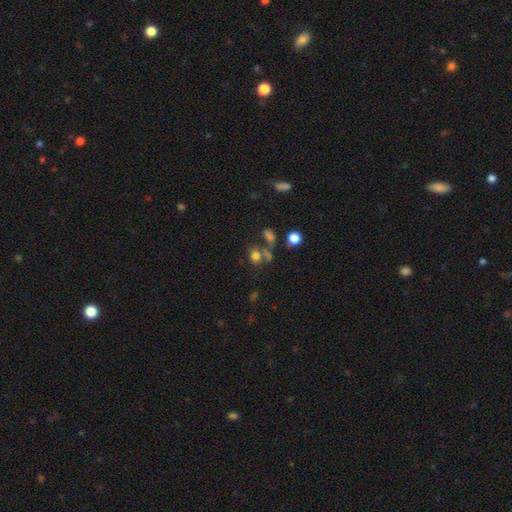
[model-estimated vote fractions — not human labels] A smooth galaxy with no disk features (72%) that is round (61%). Merging: none (49%).